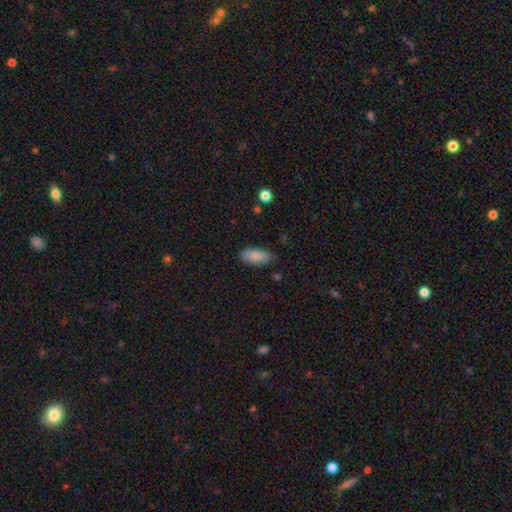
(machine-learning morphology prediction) Smooth or featured? smooth (86%)
How rounded? in between (90%)
Merging? none (76%)